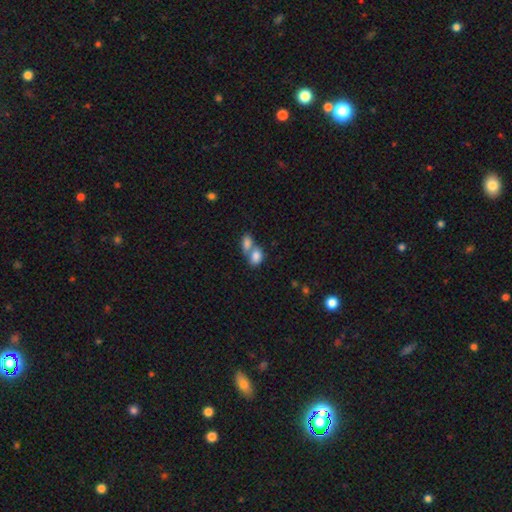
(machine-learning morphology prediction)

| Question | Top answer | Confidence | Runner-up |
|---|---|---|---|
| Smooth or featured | smooth | 82% | featured or disk (10%) |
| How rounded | in between | 80% | round (18%) |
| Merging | merger | 67% | none (23%) |